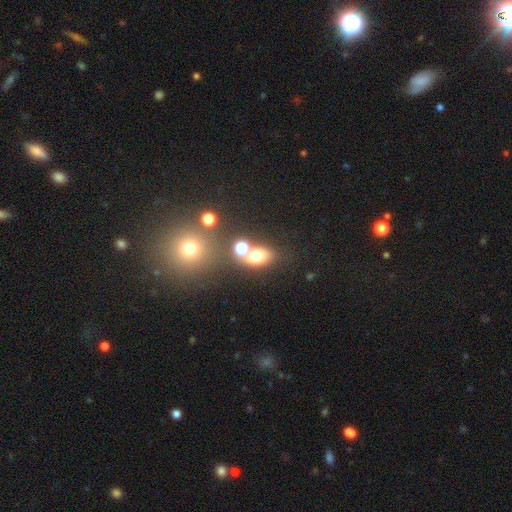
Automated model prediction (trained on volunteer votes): Morphology: type=smooth (68%); roundness=in between (58%); merging=none (51%).